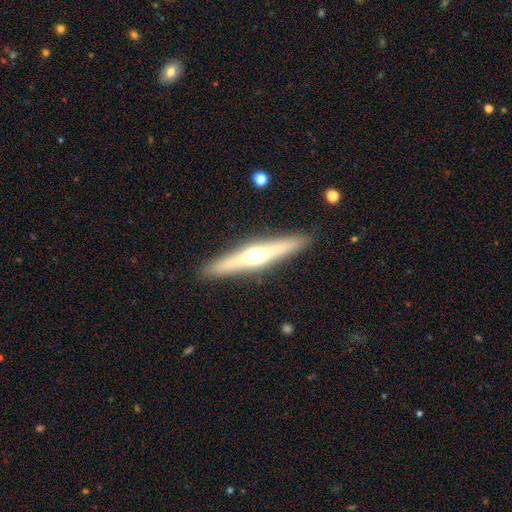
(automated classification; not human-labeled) Overall: featured or disk (65%; smooth 29%). Edge-on disk: yes (96%). Edge-on bulge: rounded (90%). Merging: none (91%).